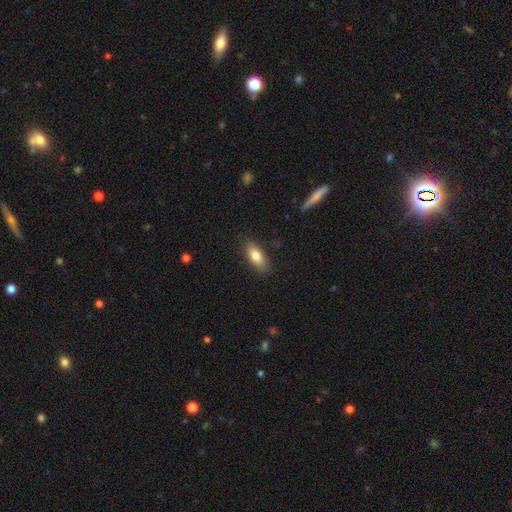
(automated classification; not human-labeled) smooth-or-featured: smooth: 80% | featured or disk: 13% | star or artifact: 7%
  how-rounded: in between: 81% | cigar-shaped: 15% | round: 3%
  merging: none: 84% | minor disturbance: 12% | major disturbance: 3% | merger: 1%